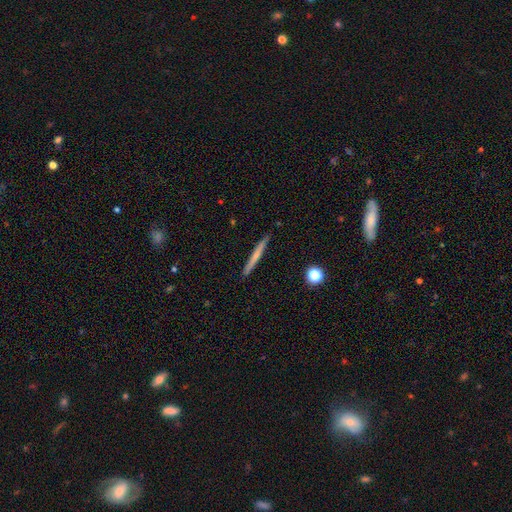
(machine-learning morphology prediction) A smooth galaxy with no disk features (51%) that is cigar-shaped (96%). Merging: none (91%).